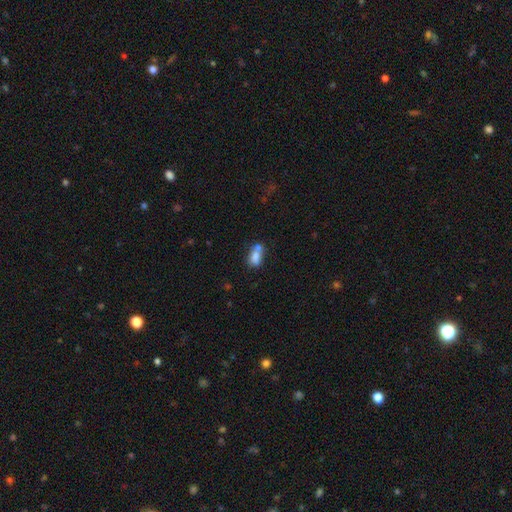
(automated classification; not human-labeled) A smooth galaxy with no disk features (74%) that is in between round and cigar-shaped (80%). Merging: merger (50%).